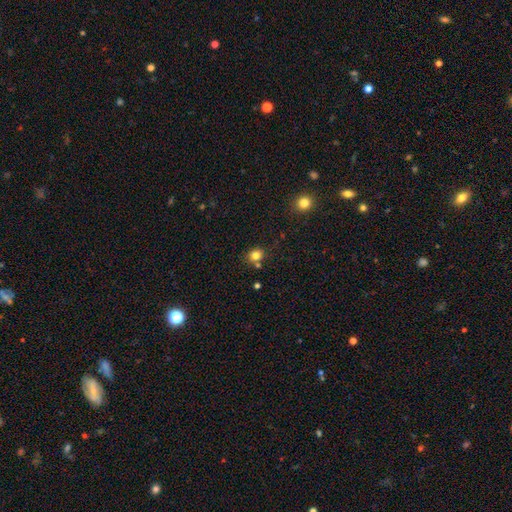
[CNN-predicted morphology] type=smooth (80%); roundness=round (74%); merging=none (72%).